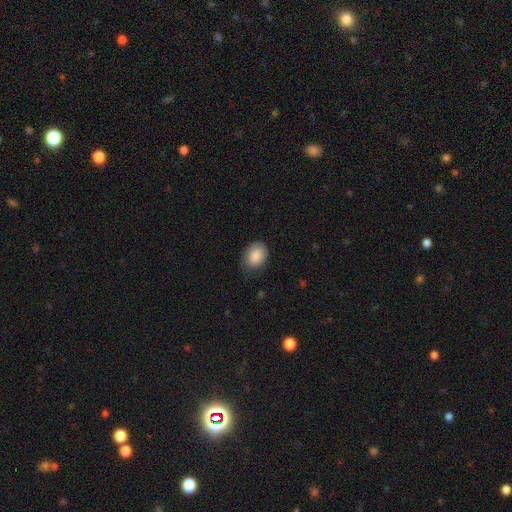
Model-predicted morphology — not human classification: Q: Smooth or featured?
A: smooth (87%); runner-up: star or artifact (7%)
Q: How rounded?
A: in between (72%); runner-up: round (27%)
Q: Merging?
A: none (75%); runner-up: minor disturbance (20%)